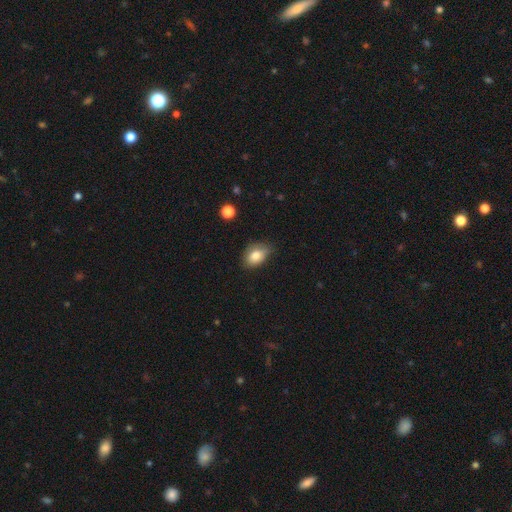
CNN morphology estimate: A smooth galaxy with no disk features (83%) that is in between round and cigar-shaped (82%). Merging: none (67%).